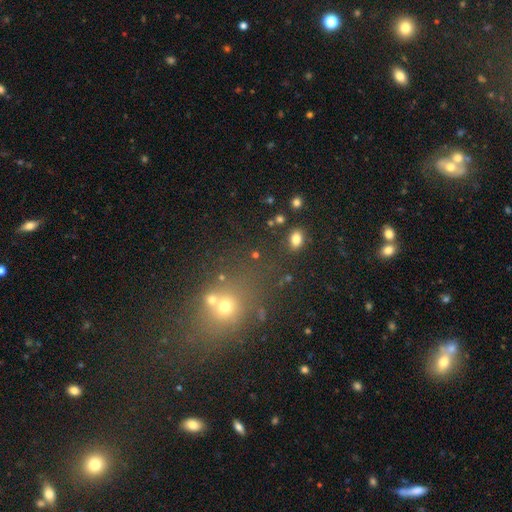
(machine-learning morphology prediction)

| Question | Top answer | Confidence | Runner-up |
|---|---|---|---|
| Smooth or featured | smooth | 57% | star or artifact (32%) |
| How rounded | round | 54% | in between (43%) |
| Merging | none | 68% | merger (17%) |